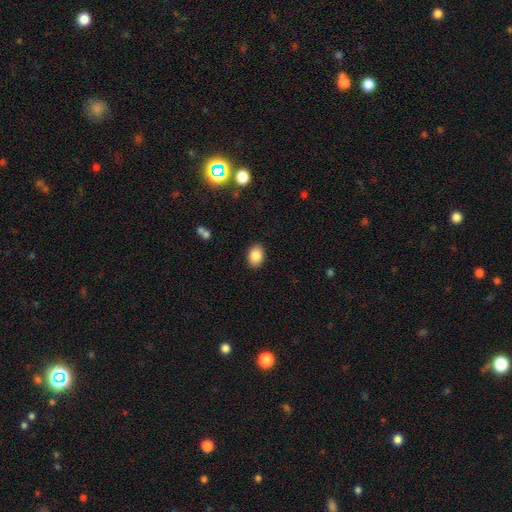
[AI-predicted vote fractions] Morphology: type=smooth (86%); roundness=in between (77%); merging=none (88%).